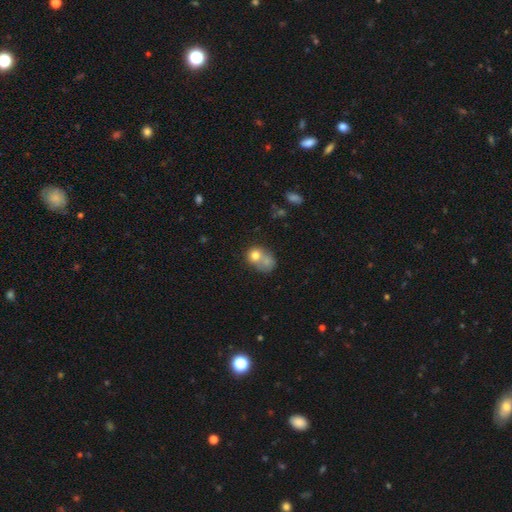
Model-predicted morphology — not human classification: Overall: smooth (71%). How rounded: round (58%; in between 41%). Merging: merger (62%).